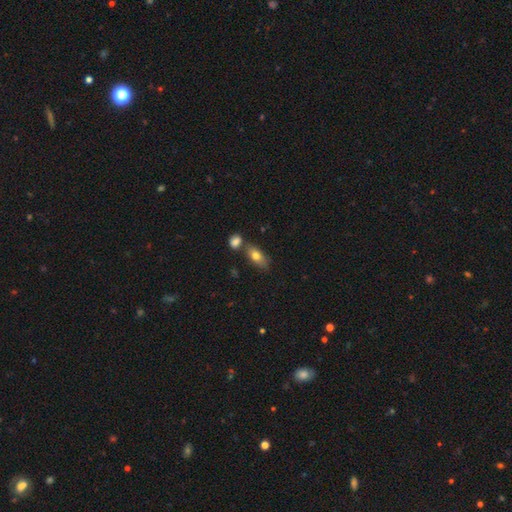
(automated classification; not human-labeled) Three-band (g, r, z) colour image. It shows a smooth galaxy with no disk features (76%) that is in between round and cigar-shaped (83%). Merging: none (62%).